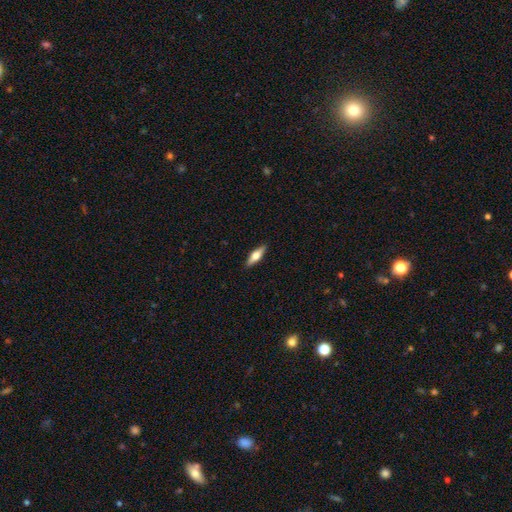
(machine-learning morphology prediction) Q: Smooth or featured?
A: featured or disk (49%); runner-up: smooth (45%)
Q: Merging?
A: none (90%); runner-up: minor disturbance (7%)